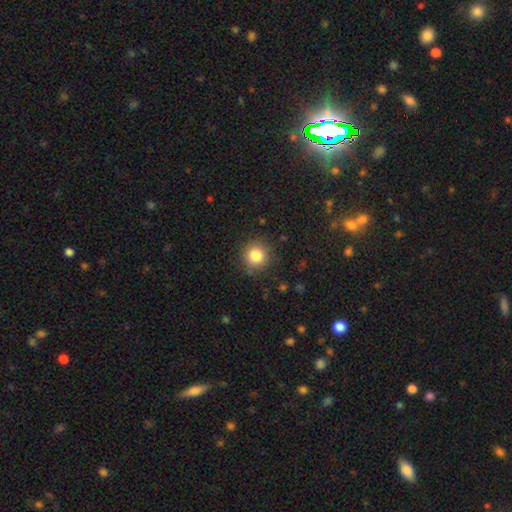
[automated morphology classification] Smooth or featured: smooth — 83% (star or artifact — 11%)
How rounded: round — 93% (in between — 6%)
Merging: none — 88% (minor disturbance — 8%)